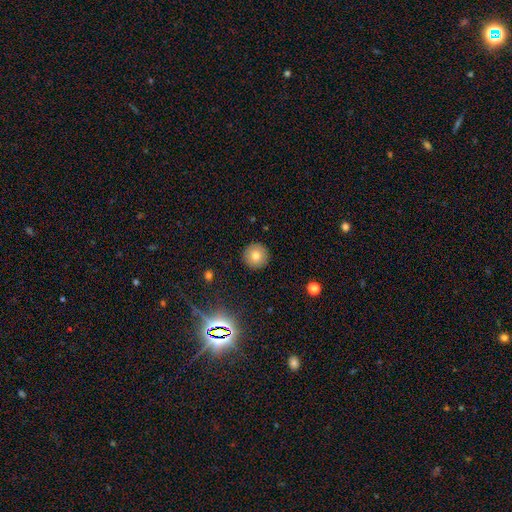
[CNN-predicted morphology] Smooth or featured? smooth (77%)
How rounded? round (95%)
Merging? none (92%)